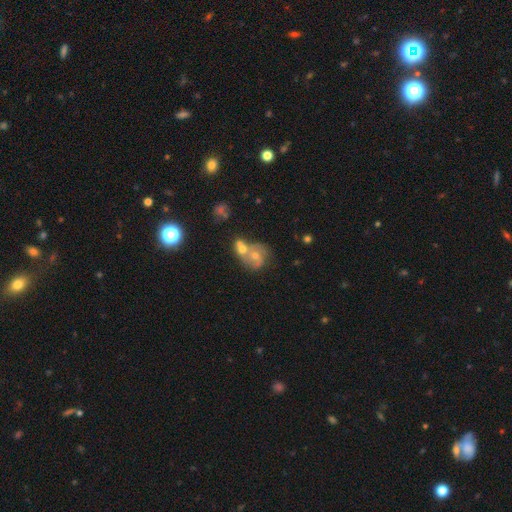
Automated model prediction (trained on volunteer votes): A featured or disk galaxy (46%).

Vote fractions:
- Smooth or featured? featured or disk: 46% / smooth: 42% / star or artifact: 13%
- Merging? merger: 62% / none: 22% / minor disturbance: 9% / major disturbance: 6%